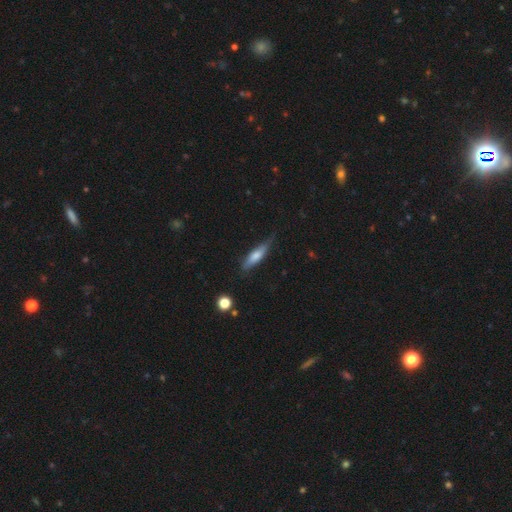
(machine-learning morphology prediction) Q: Smooth or featured?
A: smooth (57%); runner-up: featured or disk (36%)
Q: How rounded?
A: cigar-shaped (74%); runner-up: in between (24%)
Q: Merging?
A: none (71%); runner-up: minor disturbance (23%)